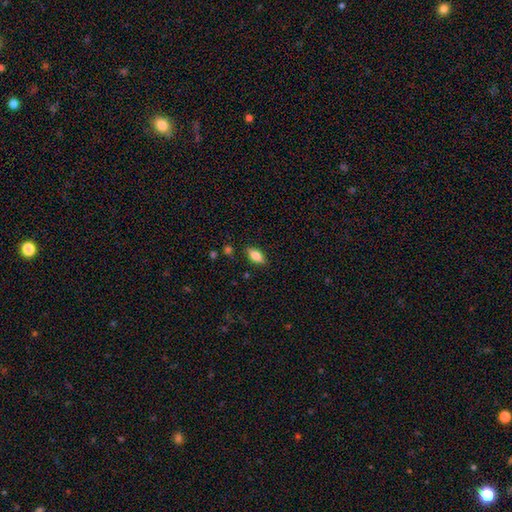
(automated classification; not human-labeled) This appears to be a smooth galaxy with no disk features (78%) that is in between round and cigar-shaped (87%). Merging: none (85%).